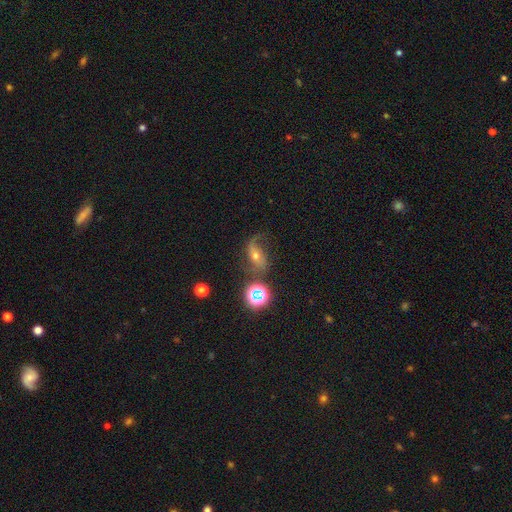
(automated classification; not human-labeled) Smooth or featured? Predicted: featured or disk (p=0.63). Edge-on disk? Predicted: no (p=0.93). Bar? Predicted: no (p=0.56). Spiral arms? Predicted: yes (p=0.87). Spiral winding? Predicted: loose (p=0.74). Spiral arm count? Predicted: 2 (p=0.65). Bulge size? Predicted: moderate (p=0.49). Merging? Predicted: none (p=0.49).